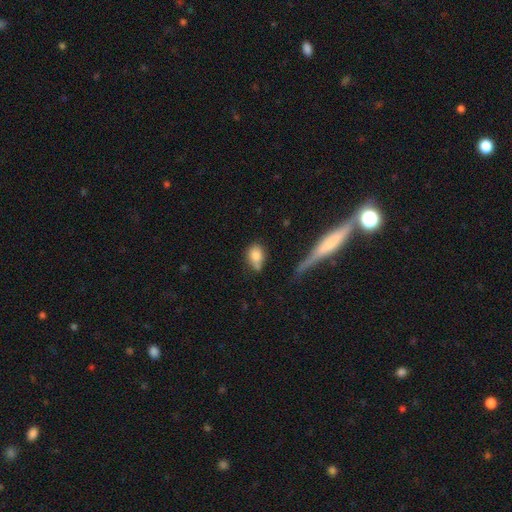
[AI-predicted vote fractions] smooth_or_featured: smooth (p=0.79) [alt: featured or disk p=0.12]
how_rounded: in between (p=0.75) [alt: round p=0.21]
merging: none (p=0.47) [alt: minor disturbance p=0.29]